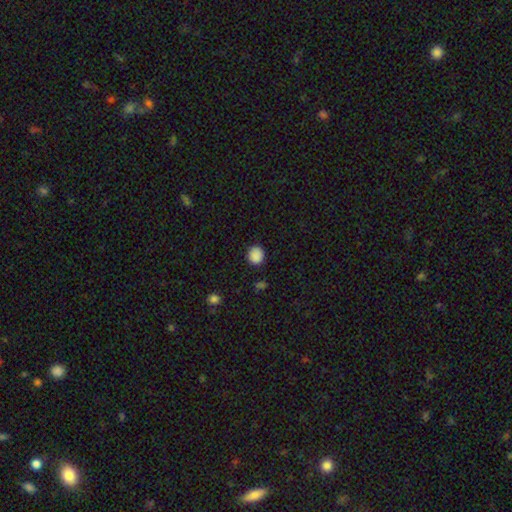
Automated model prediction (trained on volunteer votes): A smooth galaxy with no disk features (88%) that is round (83%). Merging: none (87%).